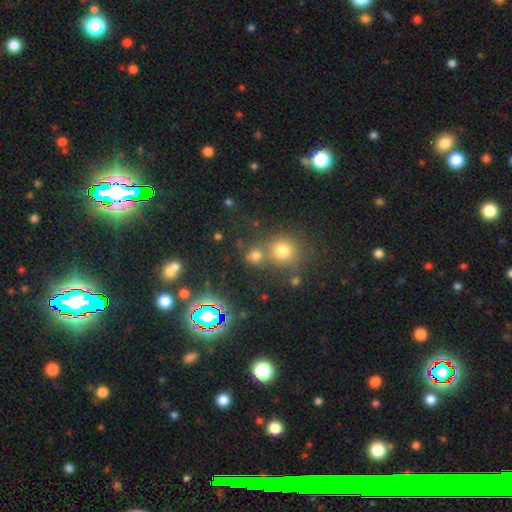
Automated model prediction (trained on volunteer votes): Overall: smooth (66%). How rounded: round (79%). Merging: none (56%; merger 32%).